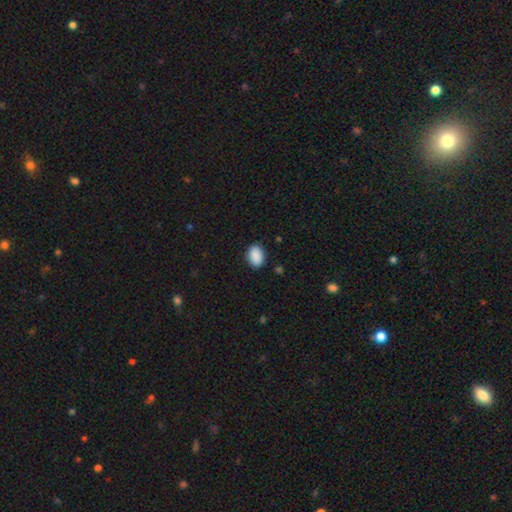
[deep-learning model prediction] Smooth or featured? Predicted: smooth (p=0.90). How rounded? Predicted: in between (p=0.85). Merging? Predicted: none (p=0.86).